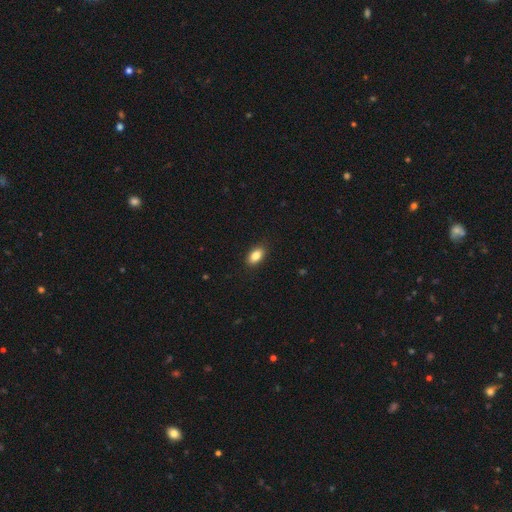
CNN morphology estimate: Smooth or featured? Predicted: smooth (p=0.85). How rounded? Predicted: in between (p=0.89). Merging? Predicted: none (p=0.89).